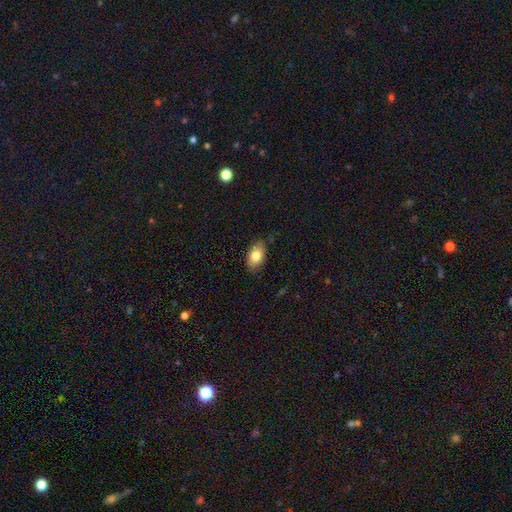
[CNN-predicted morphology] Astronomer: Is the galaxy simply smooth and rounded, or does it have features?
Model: smooth — 81%.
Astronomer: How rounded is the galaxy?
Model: in between — 90%.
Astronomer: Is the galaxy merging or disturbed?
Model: none — 81%.